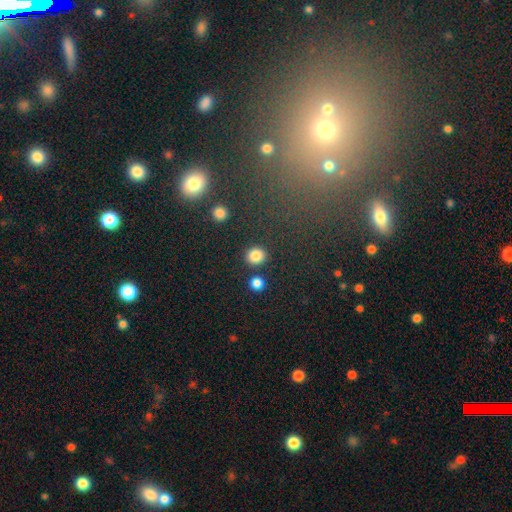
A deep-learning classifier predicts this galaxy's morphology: Smooth or featured? smooth (84%)
How rounded? round (82%)
Merging? none (84%)